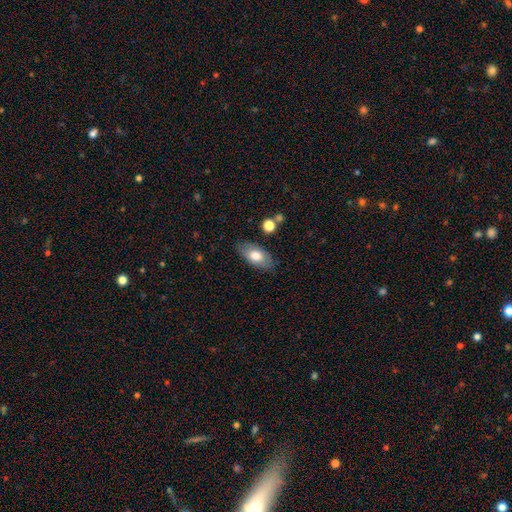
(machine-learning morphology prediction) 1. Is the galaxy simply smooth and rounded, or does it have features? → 73% smooth, 20% featured or disk, 7% star or artifact.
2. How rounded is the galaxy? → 91% in between, 5% cigar-shaped, 4% round.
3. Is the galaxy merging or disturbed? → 81% none, 13% minor disturbance, 3% major disturbance, 2% merger.